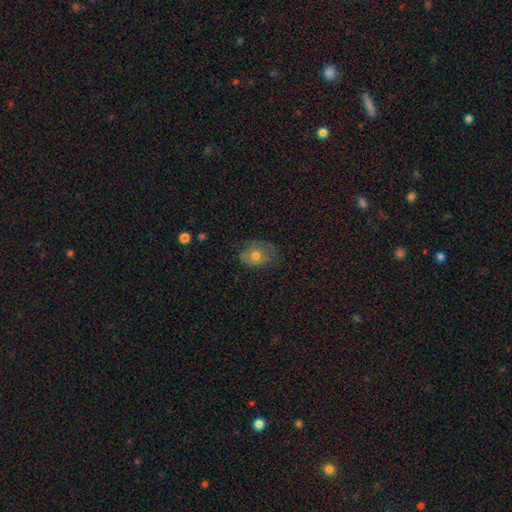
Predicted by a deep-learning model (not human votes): This appears to be a smooth galaxy with no disk features (65%) that is in between round and cigar-shaped (57%). Merging: none (64%).